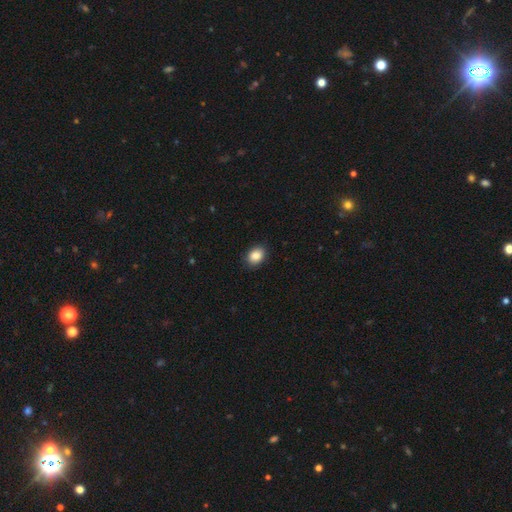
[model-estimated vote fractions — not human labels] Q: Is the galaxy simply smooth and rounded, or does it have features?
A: smooth — 87%.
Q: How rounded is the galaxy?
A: in between — 64%.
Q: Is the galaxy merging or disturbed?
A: none — 88%.